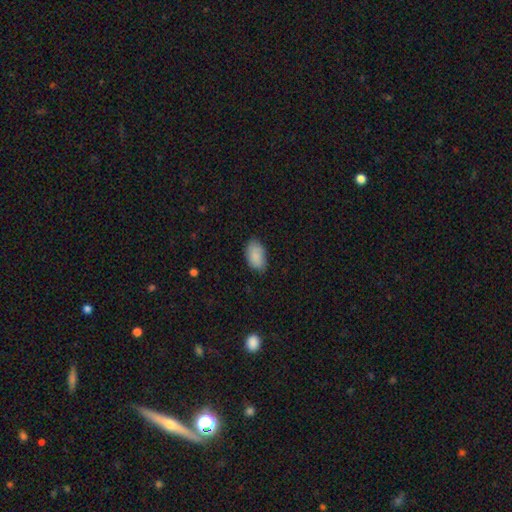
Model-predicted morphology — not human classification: Q: Smooth or featured?
A: smooth (88%); runner-up: star or artifact (7%)
Q: How rounded?
A: in between (93%); runner-up: round (5%)
Q: Merging?
A: none (79%); runner-up: minor disturbance (17%)